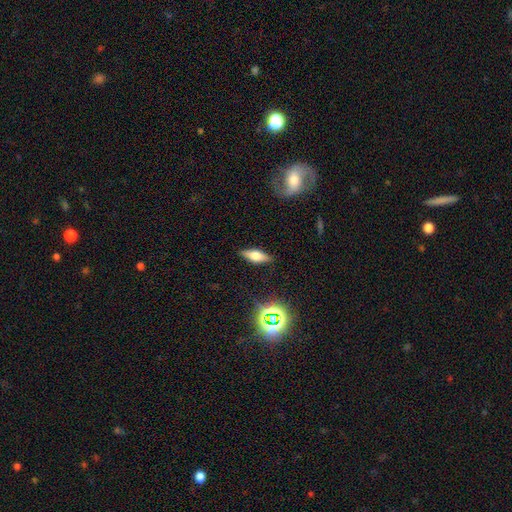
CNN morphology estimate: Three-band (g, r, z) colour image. It shows a smooth galaxy with no disk features (46%). Merging: none (87%).